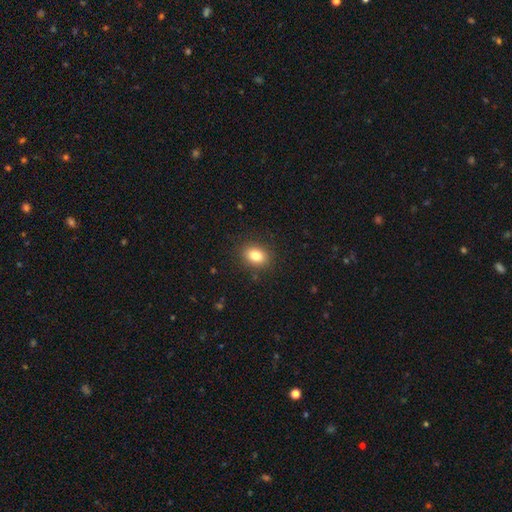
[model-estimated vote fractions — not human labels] Q: Smooth or featured?
A: smooth (82%); runner-up: star or artifact (10%)
Q: How rounded?
A: in between (63%); runner-up: round (36%)
Q: Merging?
A: none (88%); runner-up: minor disturbance (8%)